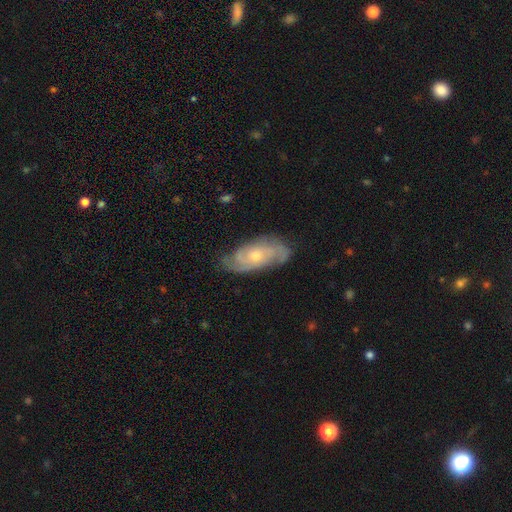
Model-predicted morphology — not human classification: type=featured or disk (79%); edge-on=no (93%); bar=no (73%); spiral arms=yes (93%); winding=tight (52%); arm count=2 (41%); bulge=moderate (53%); merging=none (72%).